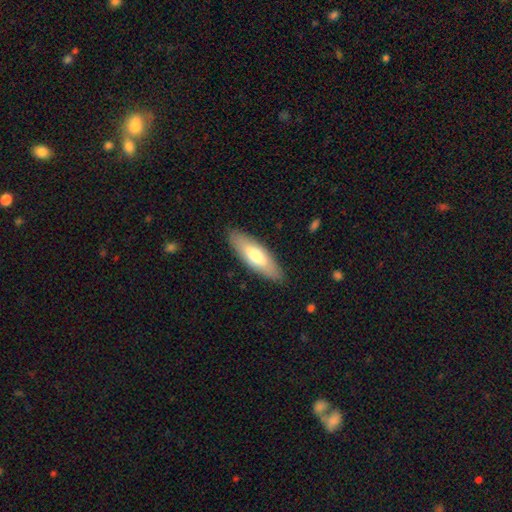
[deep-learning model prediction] smooth-or-featured: smooth: 64% | featured or disk: 31% | star or artifact: 5%
  how-rounded: in between: 56% | cigar-shaped: 42% | round: 2%
  merging: none: 87% | minor disturbance: 10% | major disturbance: 2% | merger: 1%